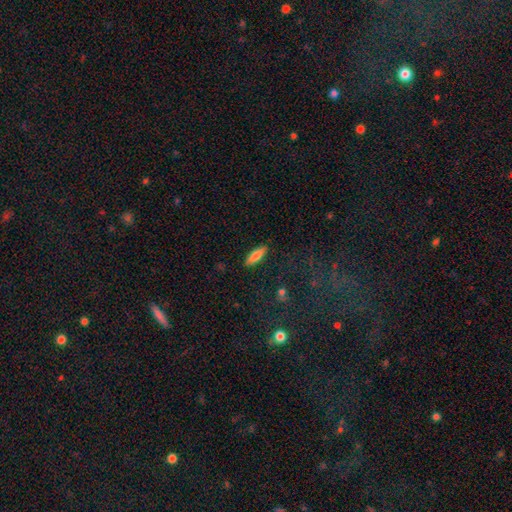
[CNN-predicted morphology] Overall: smooth (79%). How rounded: cigar-shaped (52%; in between 46%). Merging: none (89%).